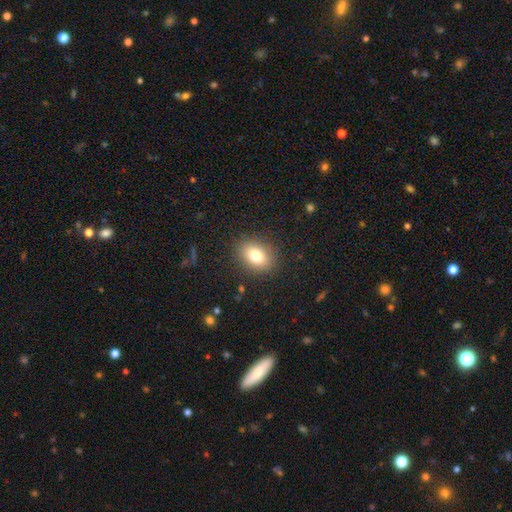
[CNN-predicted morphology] Smooth or featured? smooth (78%)
How rounded? in between (63%)
Merging? none (87%)